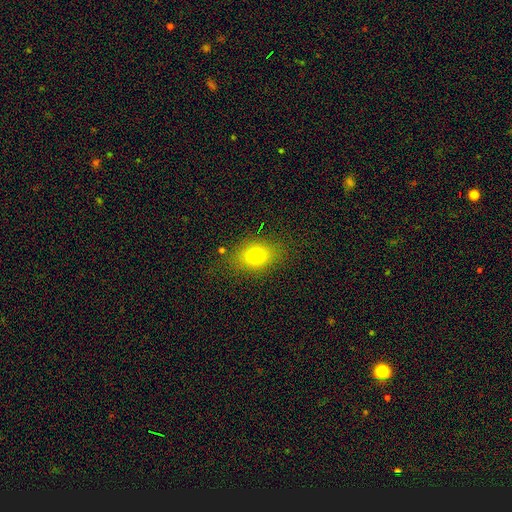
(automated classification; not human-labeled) smooth_or_featured: smooth (p=0.74) [alt: star or artifact p=0.14]
how_rounded: in between (p=0.66) [alt: round p=0.32]
merging: none (p=0.79) [alt: minor disturbance p=0.13]